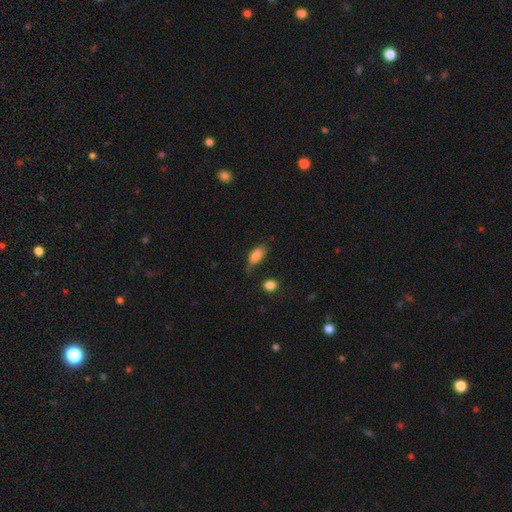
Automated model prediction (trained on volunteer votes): smooth-or-featured: smooth: 84% | featured or disk: 8% | star or artifact: 8%
  how-rounded: in between: 87% | cigar-shaped: 10% | round: 4%
  merging: none: 60% | minor disturbance: 30% | major disturbance: 7% | merger: 4%